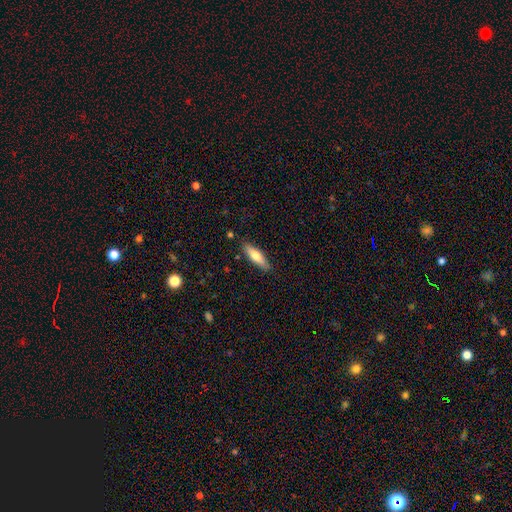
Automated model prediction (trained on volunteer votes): Smooth or featured?
  - smooth: 66% *
  - featured or disk: 28%
  - star or artifact: 6%
How rounded?
  - cigar-shaped: 59% *
  - in between: 39%
  - round: 2%
Merging?
  - none: 85% *
  - minor disturbance: 11%
  - major disturbance: 2%
  - merger: 2%